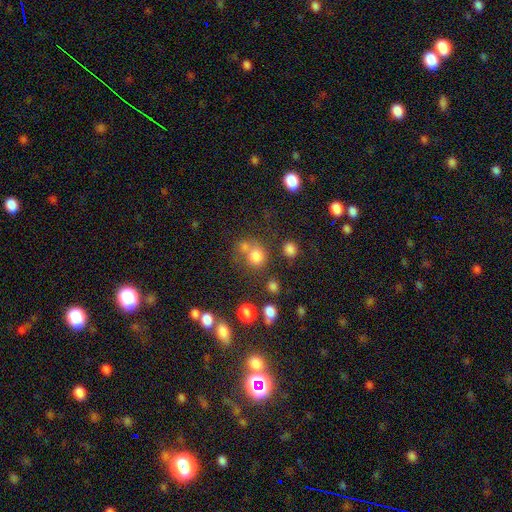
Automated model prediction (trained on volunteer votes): The model was most divided on "merging": none: 53%, merger: 31%, minor disturbance: 11%, major disturbance: 6%. More confident: how rounded — round (82%); smooth or featured — smooth (75%).